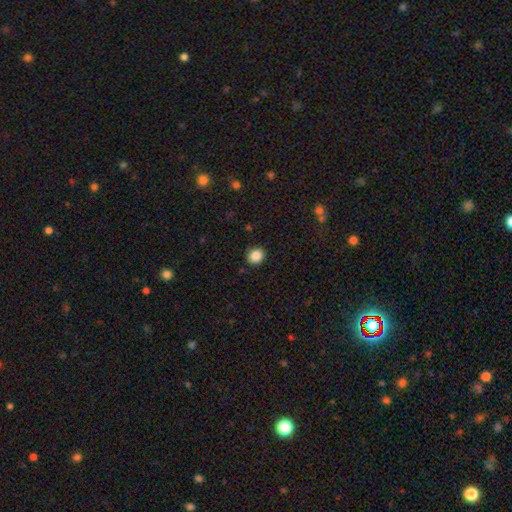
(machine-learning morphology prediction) Overall: smooth (86%). How rounded: round (76%). Merging: none (90%).